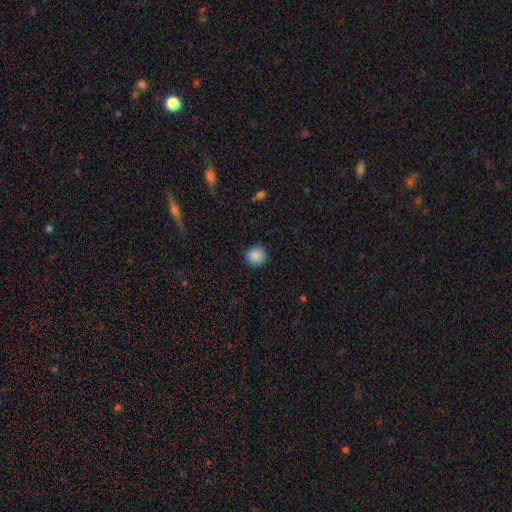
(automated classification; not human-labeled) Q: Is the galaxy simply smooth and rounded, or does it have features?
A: smooth — 88%.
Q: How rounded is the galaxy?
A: round — 94%.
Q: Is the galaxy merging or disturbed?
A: none — 90%.